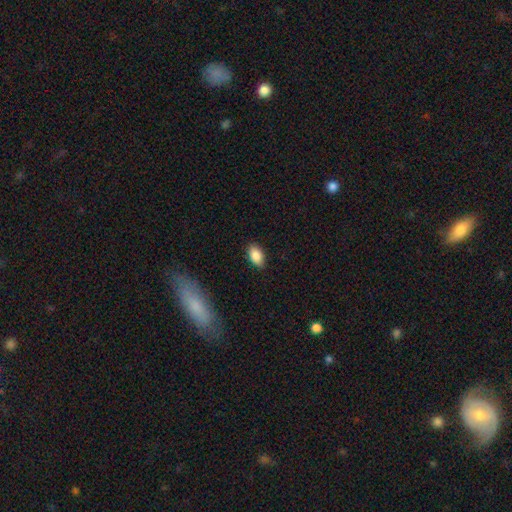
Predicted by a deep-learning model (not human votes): Smooth or featured?
  - smooth: 87% *
  - star or artifact: 7%
  - featured or disk: 5%
How rounded?
  - in between: 92% *
  - round: 6%
  - cigar-shaped: 2%
Merging?
  - none: 87% *
  - minor disturbance: 10%
  - major disturbance: 2%
  - merger: 1%